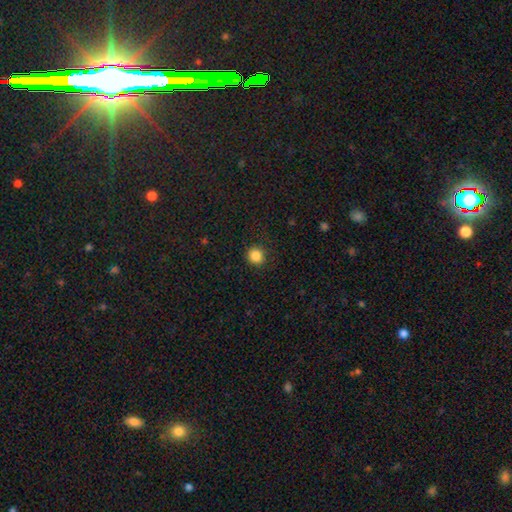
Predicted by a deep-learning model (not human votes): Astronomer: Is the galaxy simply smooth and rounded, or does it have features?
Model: smooth — 86%.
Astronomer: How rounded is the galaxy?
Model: round — 92%.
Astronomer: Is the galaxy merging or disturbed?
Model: none — 90%.